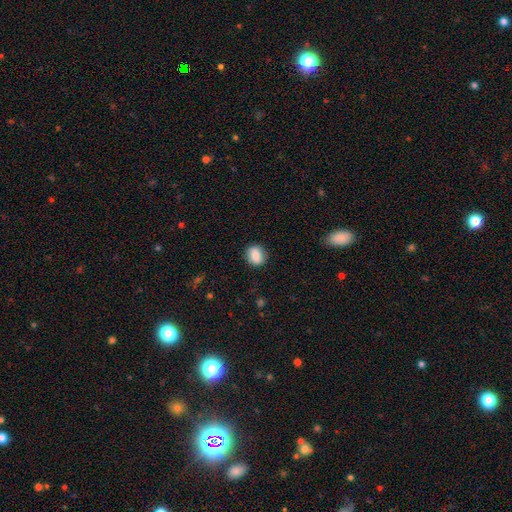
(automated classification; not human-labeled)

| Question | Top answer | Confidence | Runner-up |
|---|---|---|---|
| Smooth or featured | smooth | 80% | featured or disk (12%) |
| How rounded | round | 56% | in between (42%) |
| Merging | none | 86% | minor disturbance (10%) |